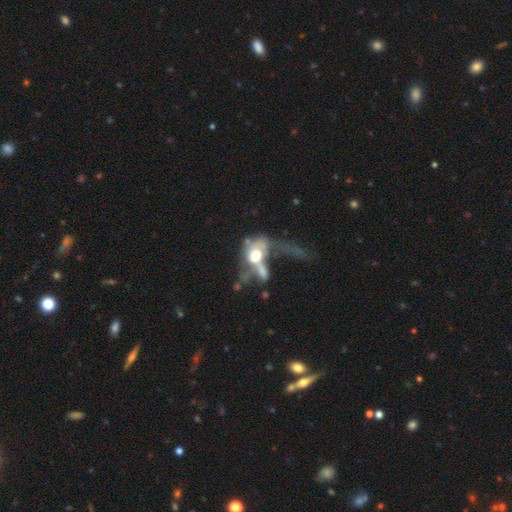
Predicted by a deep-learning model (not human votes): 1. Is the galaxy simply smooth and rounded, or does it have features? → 48% featured or disk, 42% smooth, 11% star or artifact.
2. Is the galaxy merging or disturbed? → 44% merger, 40% major disturbance, 9% none, 7% minor disturbance.